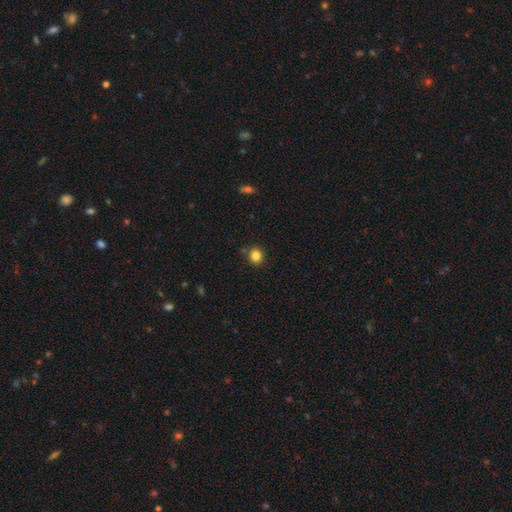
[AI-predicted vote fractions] smooth_or_featured: smooth (p=0.84) [alt: star or artifact p=0.12]
how_rounded: round (p=0.86) [alt: in between p=0.13]
merging: none (p=0.85) [alt: minor disturbance p=0.08]